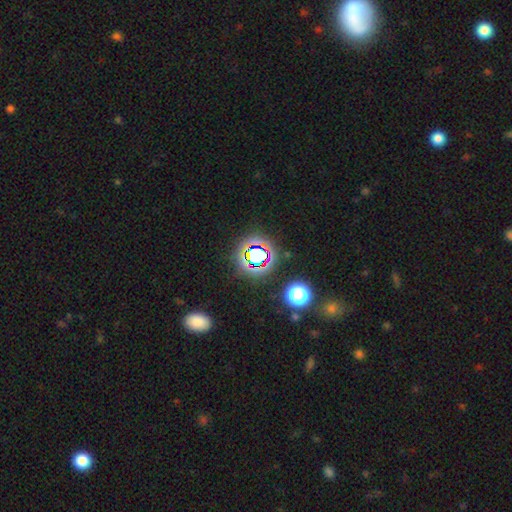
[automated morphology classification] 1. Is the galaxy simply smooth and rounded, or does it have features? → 65% star or artifact, 22% smooth, 13% featured or disk.